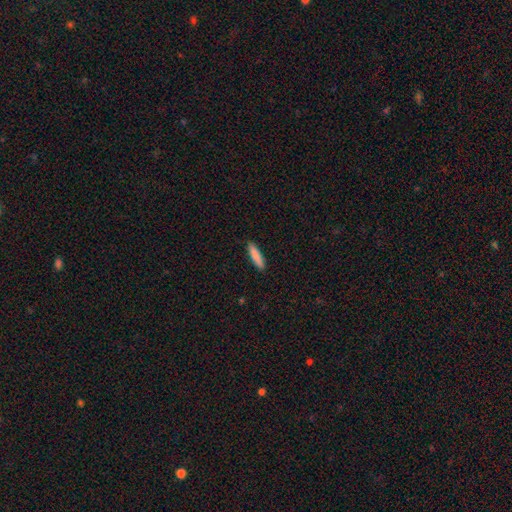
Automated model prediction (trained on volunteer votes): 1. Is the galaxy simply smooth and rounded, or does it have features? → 87% smooth, 7% featured or disk, 6% star or artifact.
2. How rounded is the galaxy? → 82% cigar-shaped, 16% in between, 1% round.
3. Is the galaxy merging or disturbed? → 91% none, 7% minor disturbance, 1% major disturbance, 1% merger.